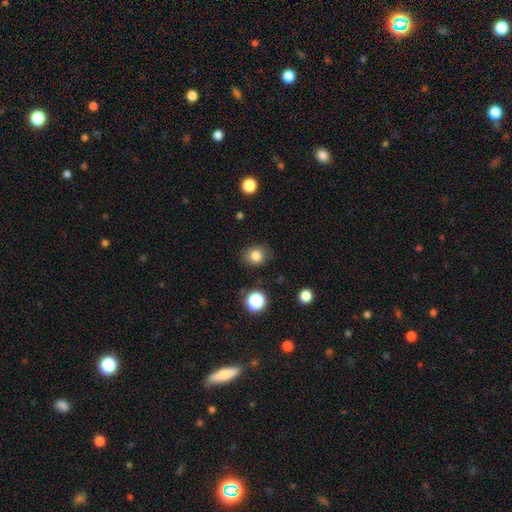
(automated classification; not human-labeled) A smooth galaxy with no disk features (83%) that is round (75%). Merging: none (85%).